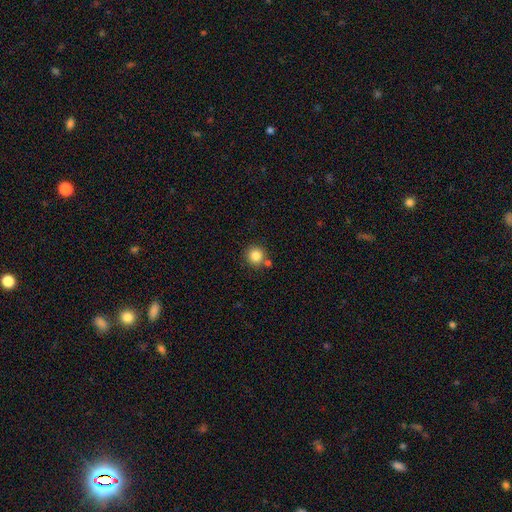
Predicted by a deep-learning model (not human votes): Smooth or featured? Predicted: smooth (p=0.84). How rounded? Predicted: round (p=0.94). Merging? Predicted: none (p=0.75).